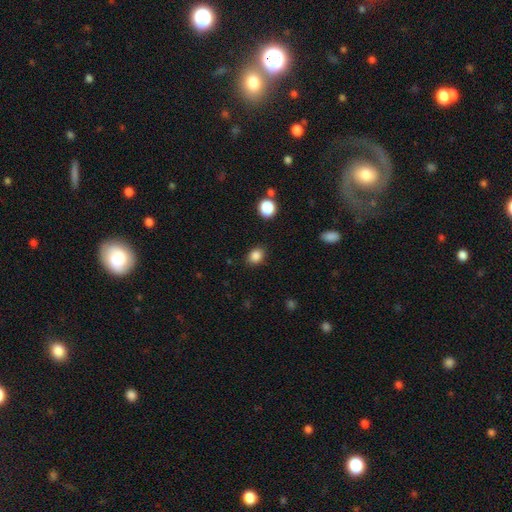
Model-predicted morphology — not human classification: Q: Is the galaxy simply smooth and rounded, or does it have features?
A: smooth — 85%.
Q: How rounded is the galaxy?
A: in between — 51%.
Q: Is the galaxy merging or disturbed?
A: none — 86%.